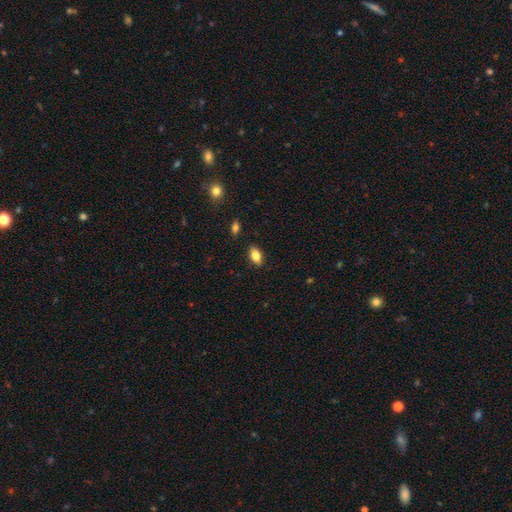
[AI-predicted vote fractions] The model was most divided on "smooth or featured": smooth: 83%, featured or disk: 9%, star or artifact: 8%. More confident: how rounded — in between (90%); merging — none (88%).